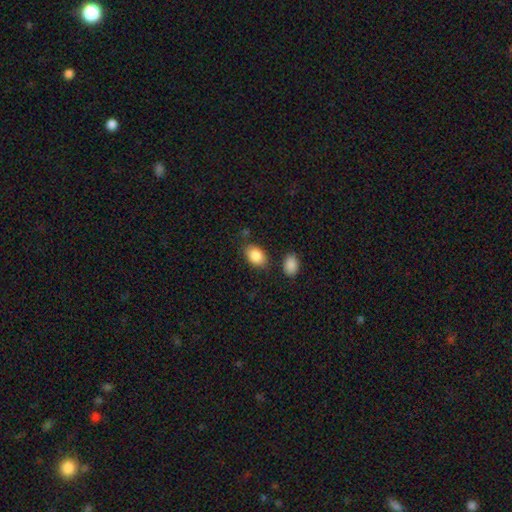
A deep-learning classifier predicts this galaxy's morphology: The model was most divided on "merging": none: 76%, minor disturbance: 14%, merger: 6%, major disturbance: 4%. More confident: smooth or featured — smooth (88%); how rounded — in between (87%).